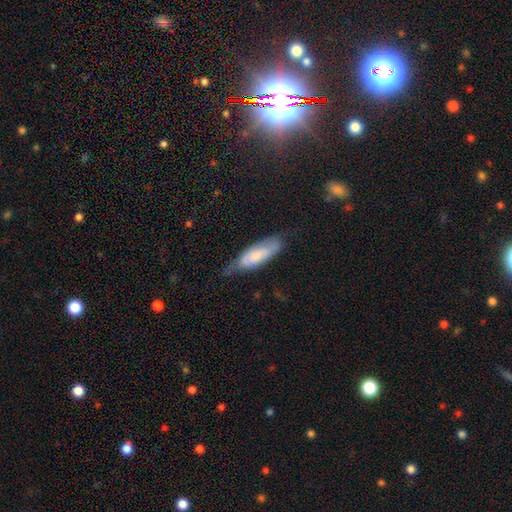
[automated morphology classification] Q: Smooth or featured?
A: smooth (66%); runner-up: featured or disk (28%)
Q: How rounded?
A: in between (58%); runner-up: cigar-shaped (41%)
Q: Merging?
A: none (54%); runner-up: minor disturbance (34%)